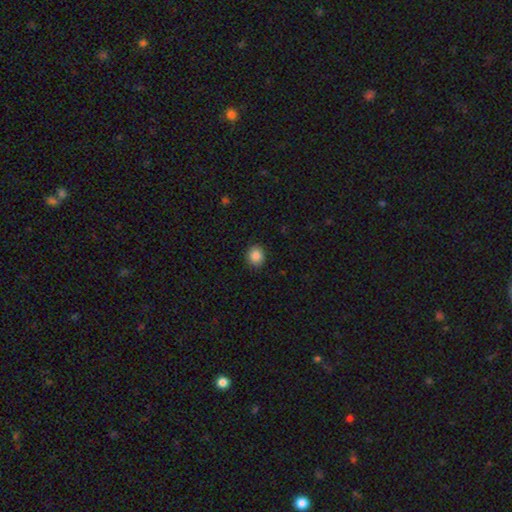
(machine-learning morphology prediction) type=smooth (86%); roundness=round (76%); merging=none (90%).